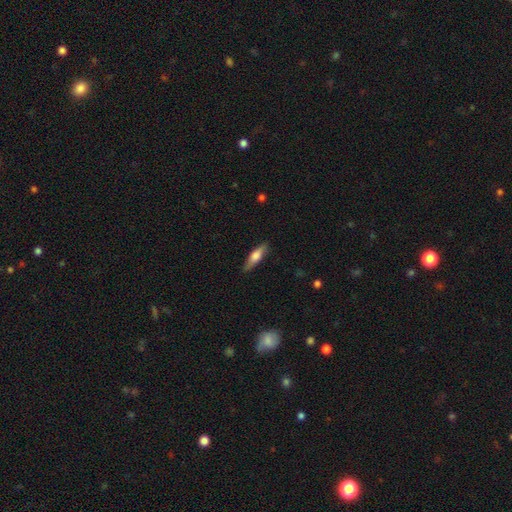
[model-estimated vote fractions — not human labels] This is possibly a smooth galaxy (58%). How rounded: likely cigar-shaped (63%). Merging: clearly none (85%).